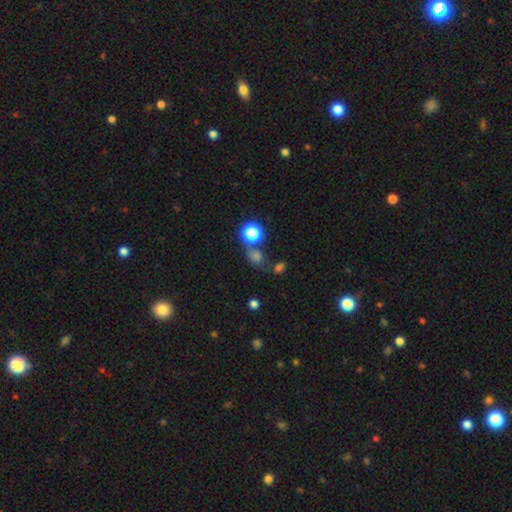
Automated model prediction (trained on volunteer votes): Smooth or featured?
  - smooth: 58% *
  - star or artifact: 30%
  - featured or disk: 12%
How rounded?
  - round: 65% *
  - in between: 33%
  - cigar-shaped: 2%
Merging?
  - none: 52% *
  - merger: 22%
  - minor disturbance: 15%
  - major disturbance: 12%